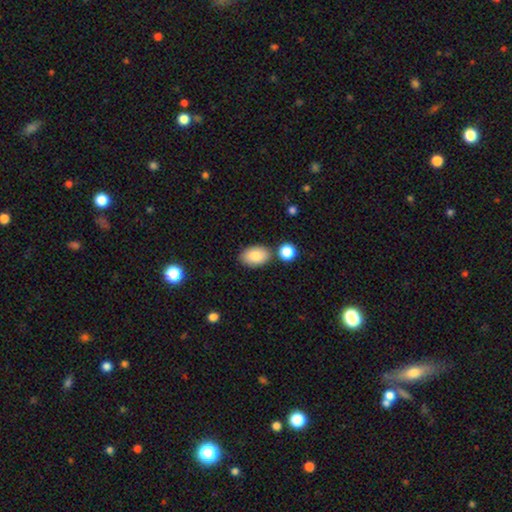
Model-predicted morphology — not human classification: Smooth or featured? smooth (85%)
How rounded? in between (91%)
Merging? none (78%)